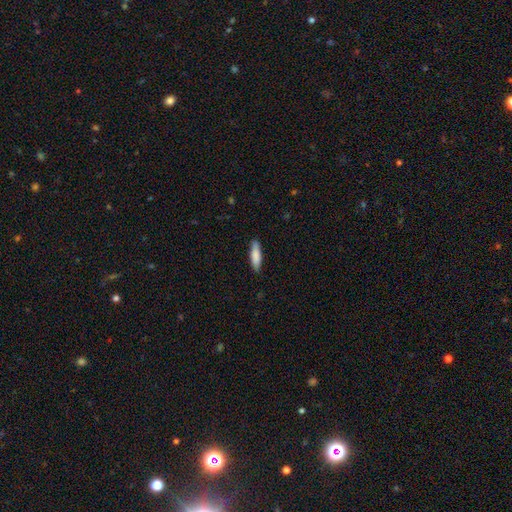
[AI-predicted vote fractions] smooth_or_featured: smooth (p=0.84) [alt: featured or disk p=0.10]
how_rounded: cigar-shaped (p=0.65) [alt: in between p=0.34]
merging: none (p=0.87) [alt: minor disturbance p=0.10]